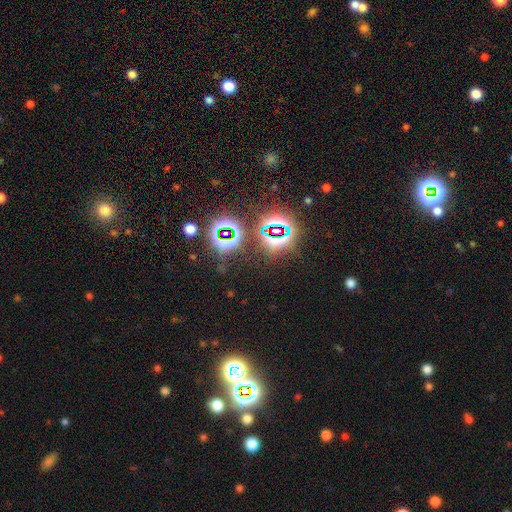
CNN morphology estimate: Smooth or featured? Predicted: star or artifact (p=0.80).